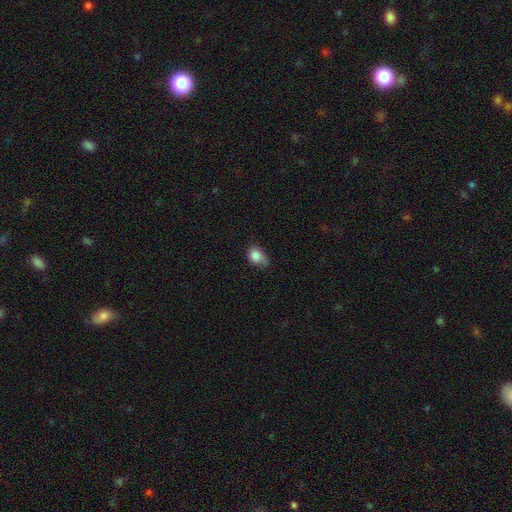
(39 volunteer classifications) Smooth or featured? smooth (90%)
How rounded? in between (57%)
Merging? minor disturbance (43%)